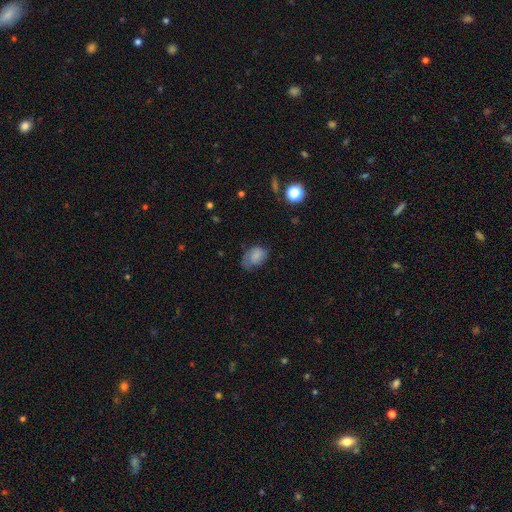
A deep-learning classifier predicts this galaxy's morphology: This is likely a smooth galaxy (71%). How rounded: clearly in between (80%). Merging: possibly none (48%).